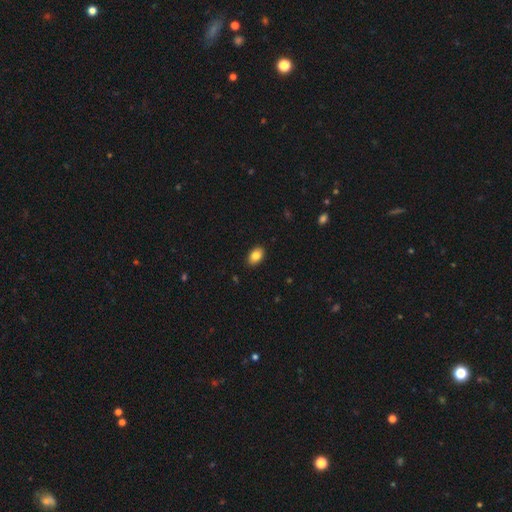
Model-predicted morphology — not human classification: Q: Smooth or featured?
A: smooth (85%); runner-up: star or artifact (8%)
Q: How rounded?
A: in between (89%); runner-up: round (10%)
Q: Merging?
A: none (89%); runner-up: minor disturbance (8%)